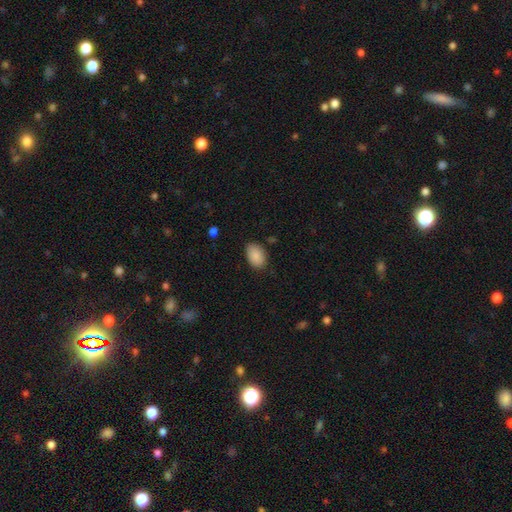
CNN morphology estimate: Overall: smooth (89%). How rounded: in between (90%). Merging: none (83%).